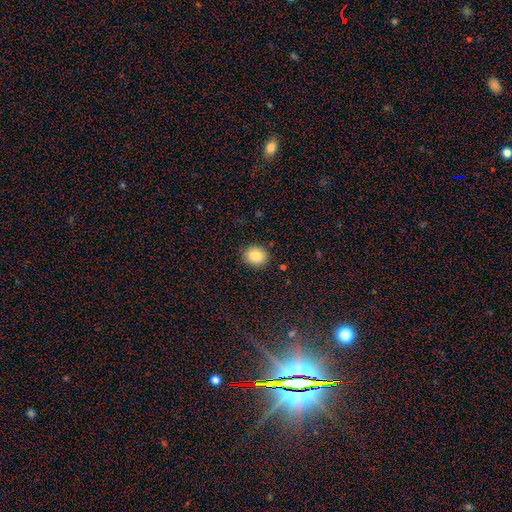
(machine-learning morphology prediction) A smooth galaxy with no disk features (85%) that is round (67%). Merging: none (86%).